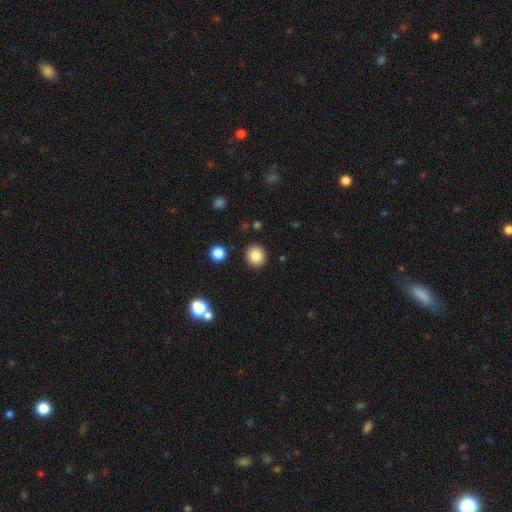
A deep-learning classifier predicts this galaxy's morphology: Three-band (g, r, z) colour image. It shows a smooth galaxy with no disk features (86%) that is round (83%). Merging: none (90%).